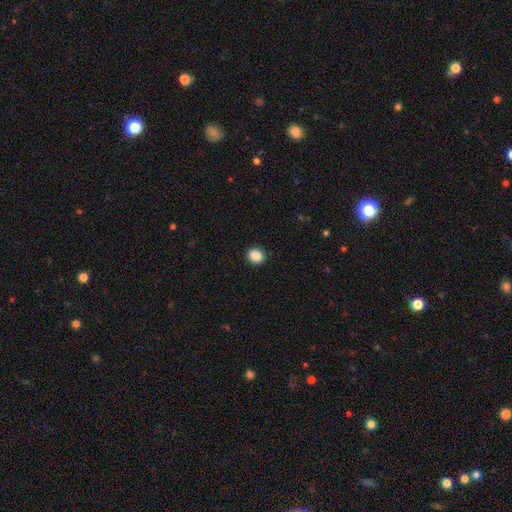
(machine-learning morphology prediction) smooth 86%, star or artifact 9%, featured or disk 4%. Down the decision tree: how rounded — round (72%); merging — none (93%).